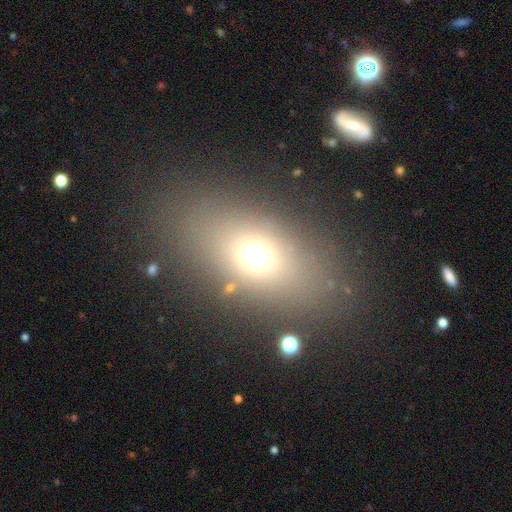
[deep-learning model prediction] Smooth or featured? Predicted: smooth (p=0.66). How rounded? Predicted: in between (p=0.77). Merging? Predicted: none (p=0.81).